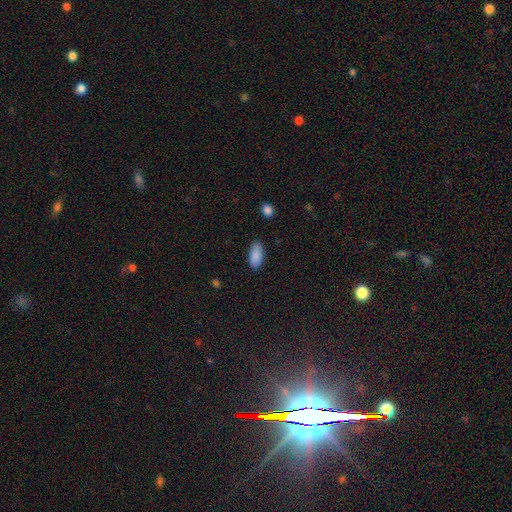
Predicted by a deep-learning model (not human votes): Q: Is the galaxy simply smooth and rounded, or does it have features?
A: smooth — 89%.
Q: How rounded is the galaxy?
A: in between — 89%.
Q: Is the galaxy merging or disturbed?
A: none — 85%.